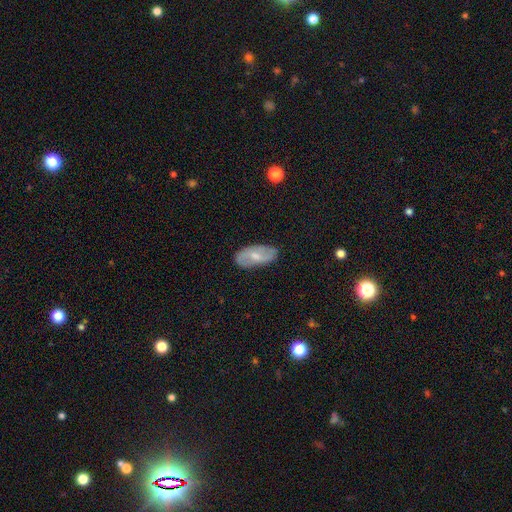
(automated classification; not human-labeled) Q: Smooth or featured?
A: featured or disk (53%); runner-up: smooth (41%)
Q: Edge-on disk?
A: no (92%); runner-up: yes (8%)
Q: Merging?
A: none (79%); runner-up: minor disturbance (16%)